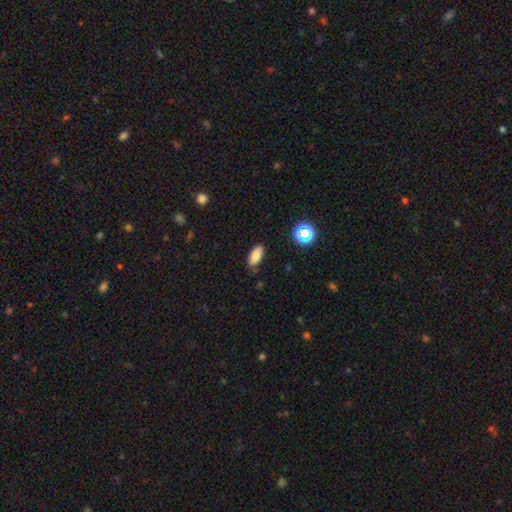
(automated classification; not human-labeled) Overall: smooth (80%). How rounded: in between (86%). Merging: none (83%).